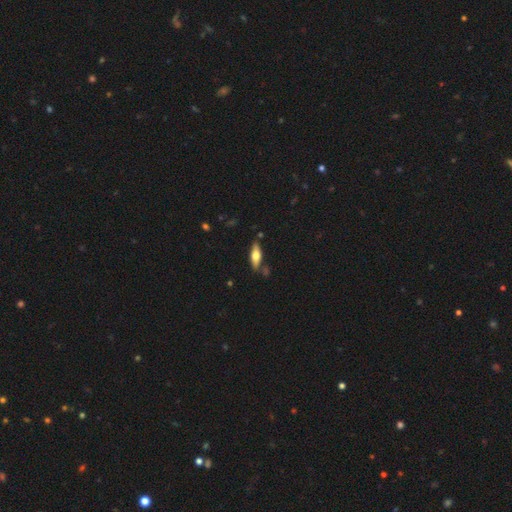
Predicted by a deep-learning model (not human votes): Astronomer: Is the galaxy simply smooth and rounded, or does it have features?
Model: smooth — 54% (runner-up: featured or disk, 40%).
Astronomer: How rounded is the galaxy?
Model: in between — 56% (runner-up: cigar-shaped, 42%).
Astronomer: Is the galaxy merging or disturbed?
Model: none — 78%.